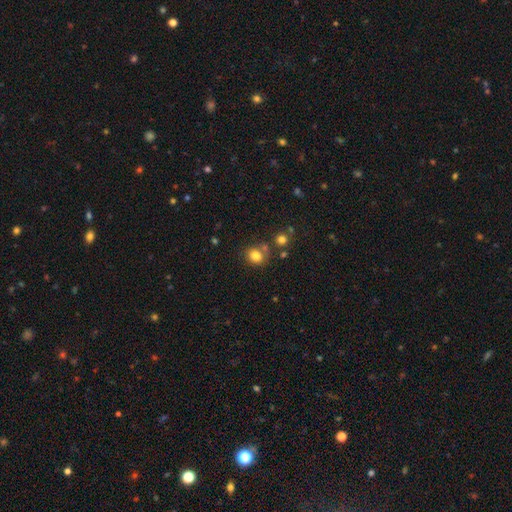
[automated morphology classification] type=smooth (80%); roundness=round (72%); merging=none (69%).